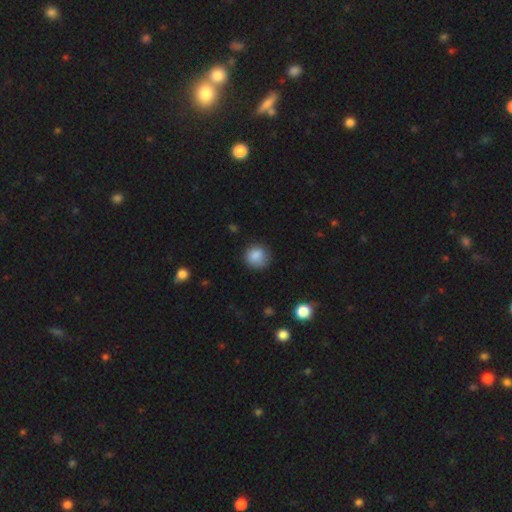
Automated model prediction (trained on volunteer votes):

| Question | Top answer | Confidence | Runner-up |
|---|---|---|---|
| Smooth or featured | smooth | 86% | star or artifact (9%) |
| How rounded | round | 87% | in between (12%) |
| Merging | none | 75% | minor disturbance (19%) |